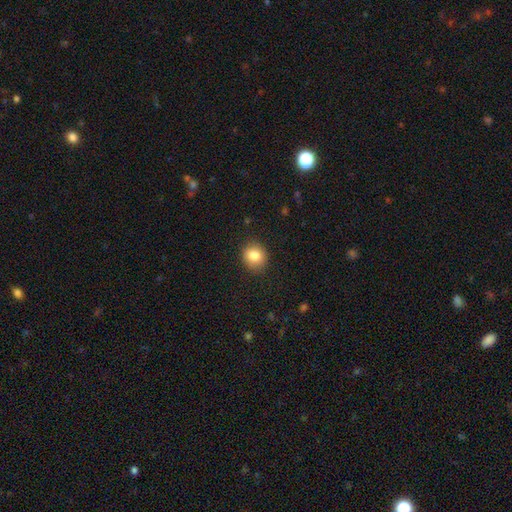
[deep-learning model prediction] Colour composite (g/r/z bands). It shows a smooth galaxy with no disk features (85%) that is round (70%). Merging: none (85%).